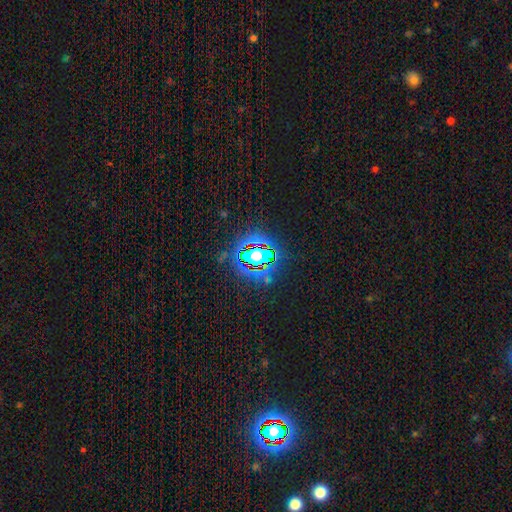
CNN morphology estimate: This appears to be a star or artifact, not a galaxy (71%).